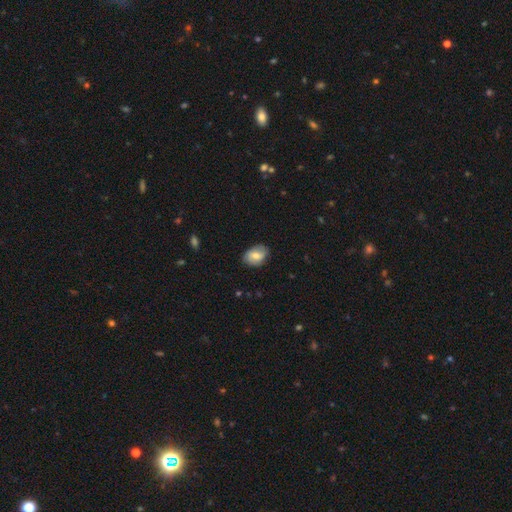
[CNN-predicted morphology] Q: Smooth or featured?
A: smooth (64%); runner-up: featured or disk (28%)
Q: How rounded?
A: in between (76%); runner-up: round (22%)
Q: Merging?
A: none (79%); runner-up: minor disturbance (17%)